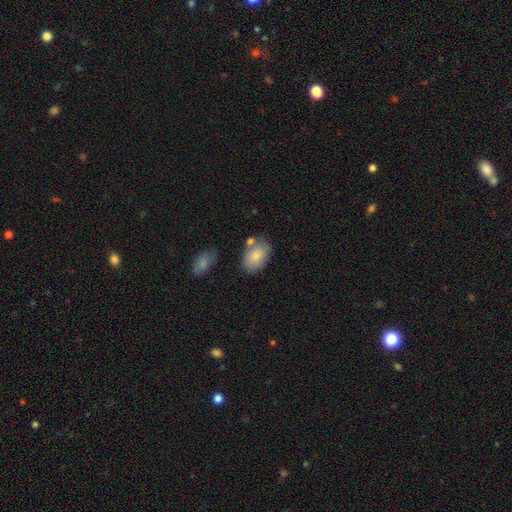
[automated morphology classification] The model was most divided on "merging": none: 64%, minor disturbance: 18%, merger: 13%, major disturbance: 4%. More confident: how rounded — in between (87%); smooth or featured — smooth (82%).